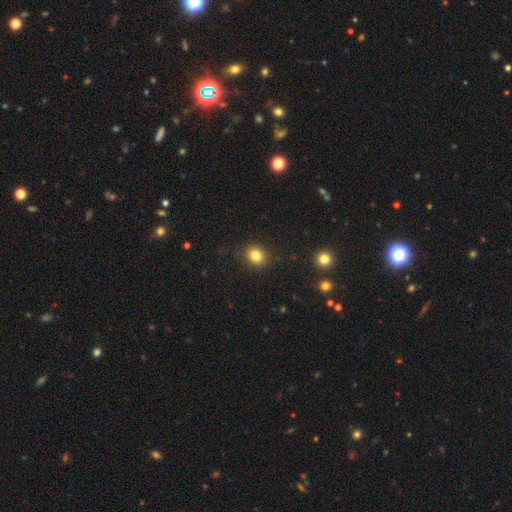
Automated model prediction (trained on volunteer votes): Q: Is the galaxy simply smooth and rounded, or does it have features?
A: smooth — 83%.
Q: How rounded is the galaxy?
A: round — 68%.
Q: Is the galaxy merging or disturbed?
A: none — 88%.